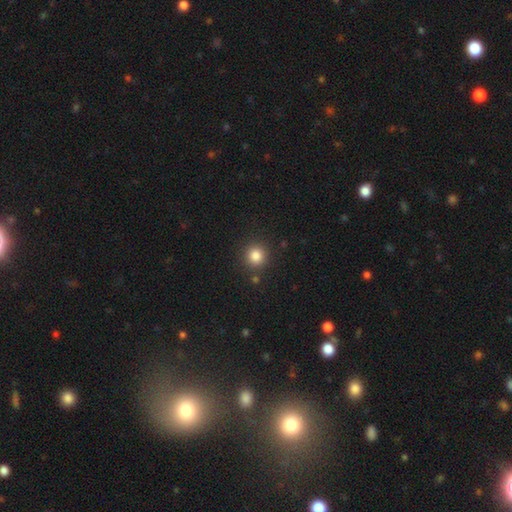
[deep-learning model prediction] Overall: smooth (84%). How rounded: round (92%). Merging: none (87%).